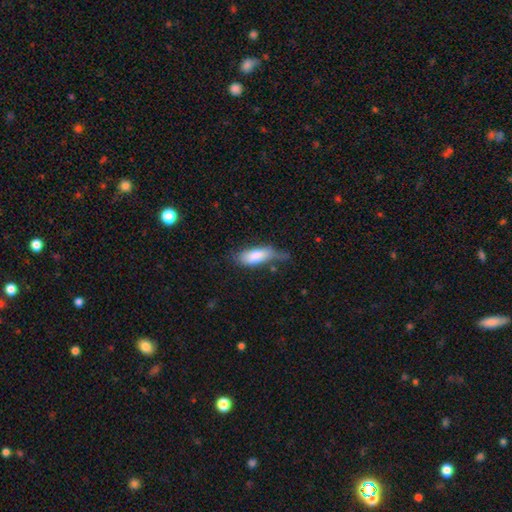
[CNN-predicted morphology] smooth_or_featured: smooth (p=0.80) [alt: featured or disk p=0.13]
how_rounded: in between (p=0.78) [alt: cigar-shaped p=0.19]
merging: minor disturbance (p=0.39) [alt: none p=0.38]